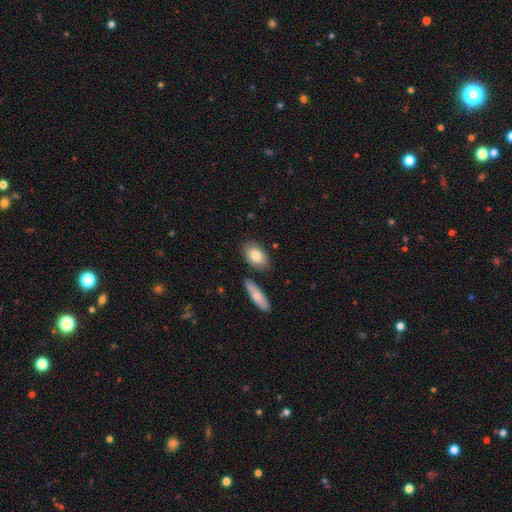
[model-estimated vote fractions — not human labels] Smooth or featured? smooth (80%)
How rounded? in between (89%)
Merging? none (79%)